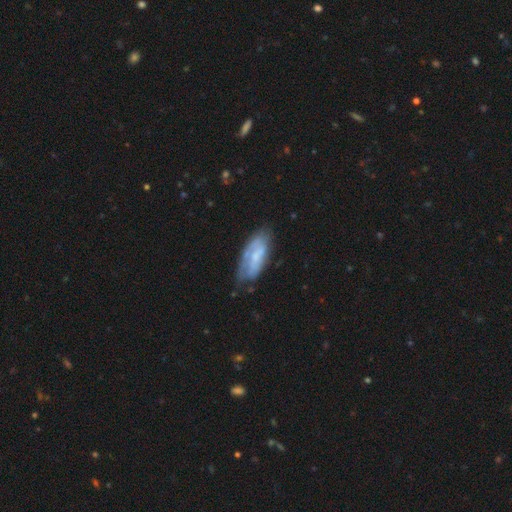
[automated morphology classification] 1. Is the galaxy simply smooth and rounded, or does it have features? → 58% featured or disk, 35% smooth, 7% star or artifact.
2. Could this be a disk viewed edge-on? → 88% no, 12% yes.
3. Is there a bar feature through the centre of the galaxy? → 50% no, 38% weak, 12% strong.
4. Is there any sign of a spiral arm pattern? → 71% yes, 29% no.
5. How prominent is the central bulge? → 55% small, 27% moderate, 14% none, 2% large, 1% dominant.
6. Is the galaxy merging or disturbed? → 57% none, 29% minor disturbance, 11% major disturbance, 3% merger.